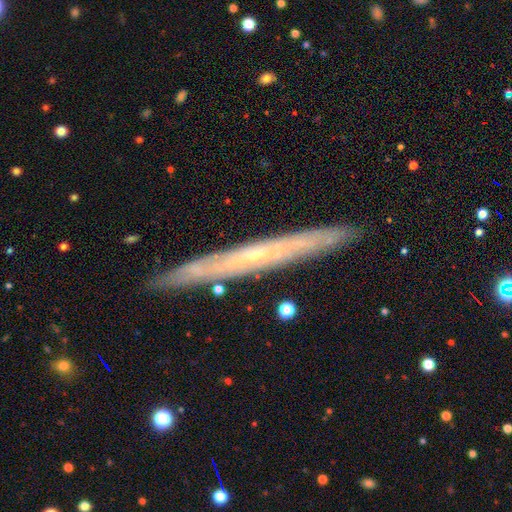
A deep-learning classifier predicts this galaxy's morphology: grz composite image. It shows a featured or disk galaxy (74%) viewed edge-on (89%) with no central bulge (56%). Merging: none (89%).